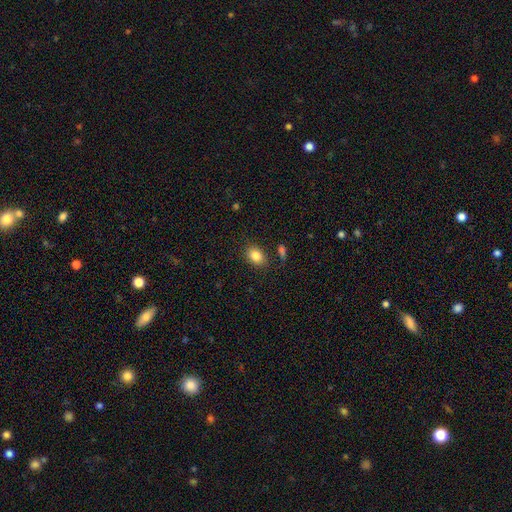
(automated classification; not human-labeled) A smooth galaxy with no disk features (85%) that is in between round and cigar-shaped (77%). Merging: none (82%).